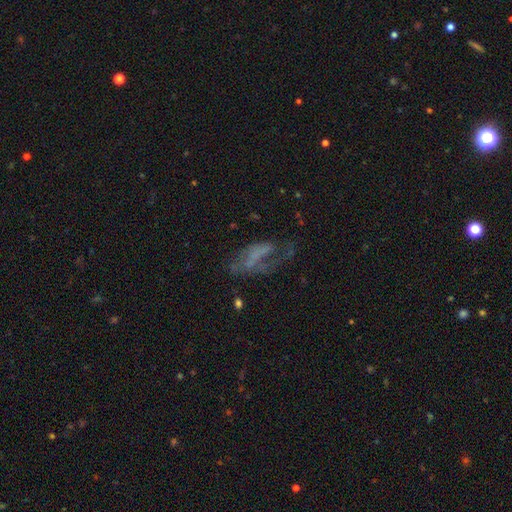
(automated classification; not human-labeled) Smooth or featured? featured or disk (57%)
Edge-on disk? no (93%)
Bar? no (62%)
Spiral arms? no (52%)
Bulge size? none (76%)
Merging? major disturbance (45%)